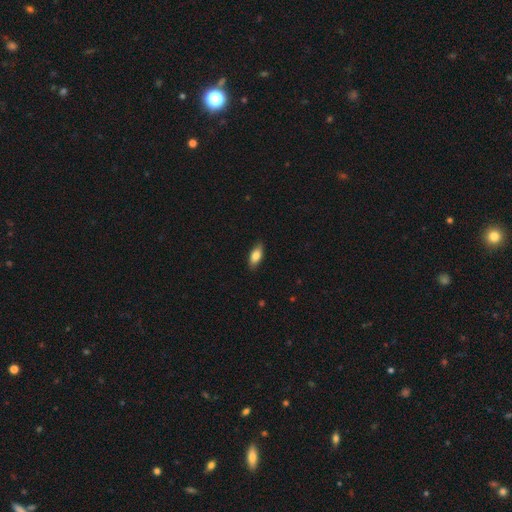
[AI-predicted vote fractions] smooth 81%, featured or disk 12%, star or artifact 6%. Down the decision tree: how rounded — in between (84%); merging — none (85%).